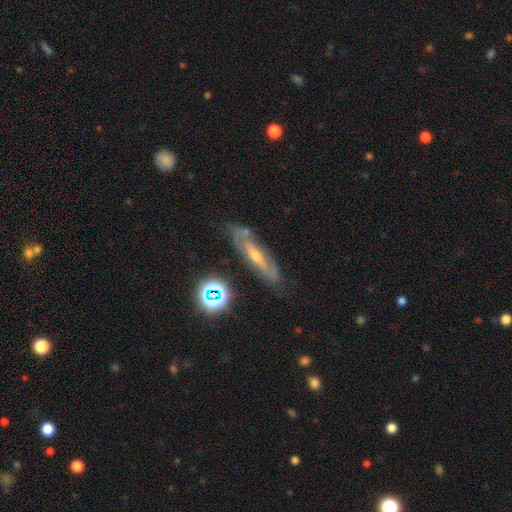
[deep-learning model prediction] A featured or disk galaxy (59%) viewed edge-on (51%). Merging: none (71%).